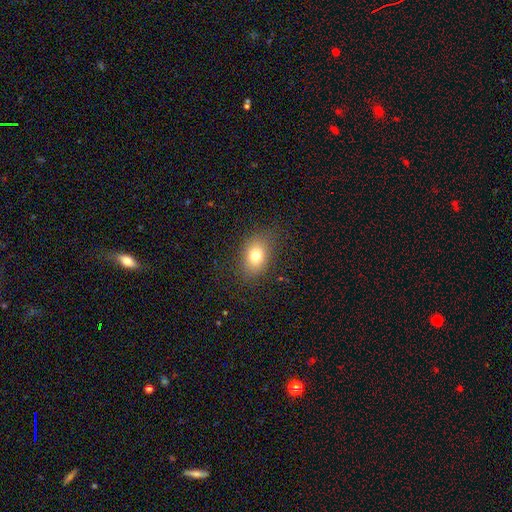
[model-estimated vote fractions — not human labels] smooth_or_featured: smooth (p=0.76) [alt: star or artifact p=0.12]
how_rounded: in between (p=0.70) [alt: round p=0.28]
merging: none (p=0.82) [alt: minor disturbance p=0.12]